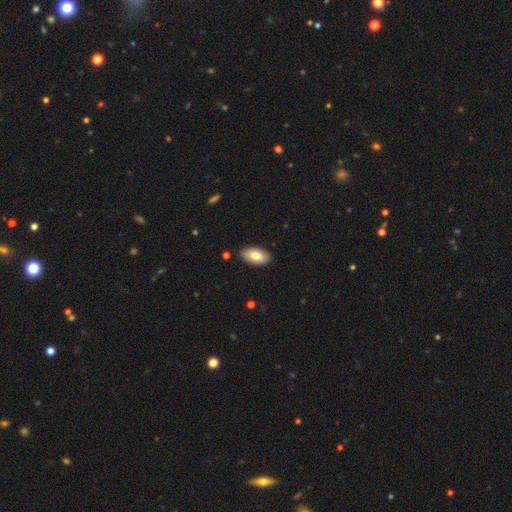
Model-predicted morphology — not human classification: Smooth or featured? Predicted: smooth (p=0.81). How rounded? Predicted: in between (p=0.95). Merging? Predicted: none (p=0.88).